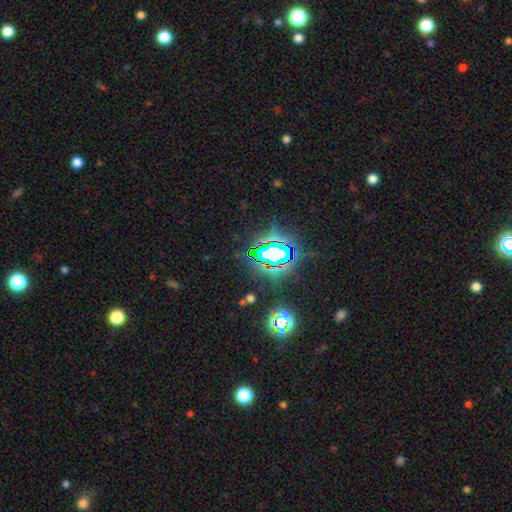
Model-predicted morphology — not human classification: Smooth or featured?
  - star or artifact: 81% *
  - smooth: 11%
  - featured or disk: 8%